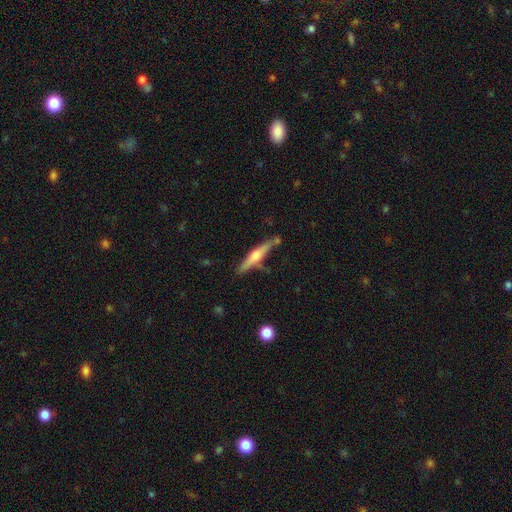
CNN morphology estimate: featured or disk 60%, smooth 34%, star or artifact 6%. Down the decision tree: edge-on disk — yes (96%); edge-on bulge — rounded (88%); merging — none (75%).